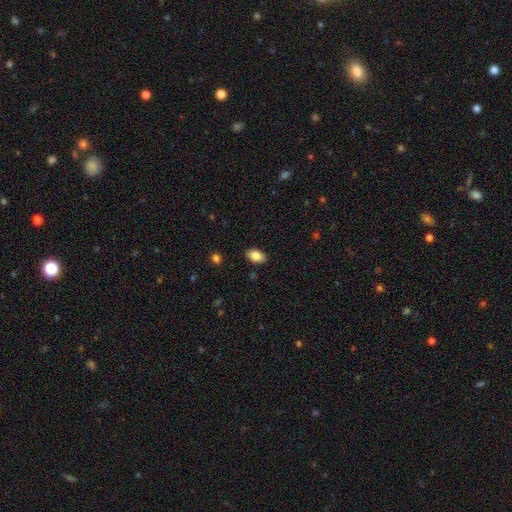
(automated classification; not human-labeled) smooth-or-featured: smooth: 86% | star or artifact: 8% | featured or disk: 7%
  how-rounded: in between: 90% | round: 8% | cigar-shaped: 1%
  merging: none: 88% | minor disturbance: 9% | major disturbance: 2% | merger: 1%